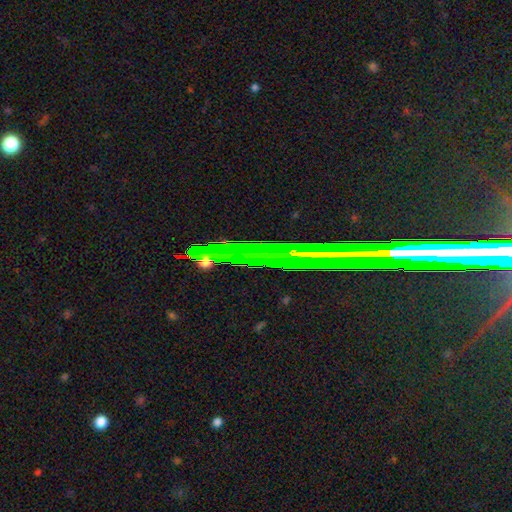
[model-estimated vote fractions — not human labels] Smooth or featured? star or artifact (60%)